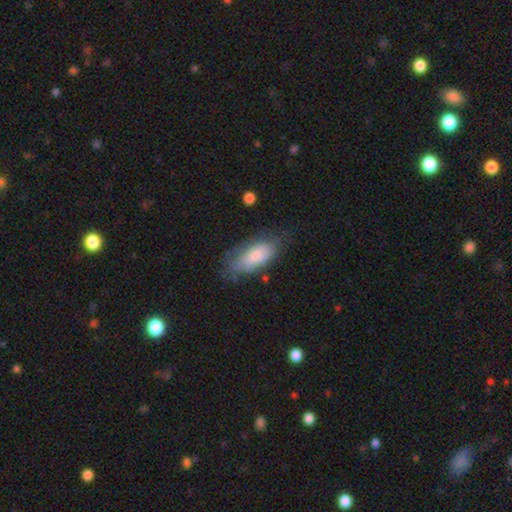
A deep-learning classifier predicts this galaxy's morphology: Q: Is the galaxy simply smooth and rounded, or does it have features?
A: smooth — 73%.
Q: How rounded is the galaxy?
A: in between — 87%.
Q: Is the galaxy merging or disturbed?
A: none — 61%.